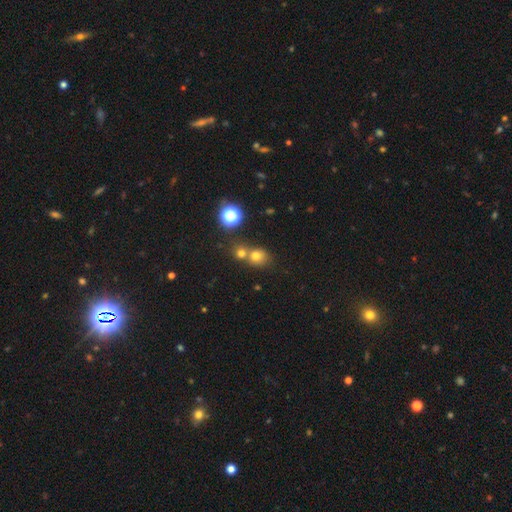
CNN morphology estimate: Overall: smooth (70%). How rounded: round (75%). Merging: none (46%; merger 43%).